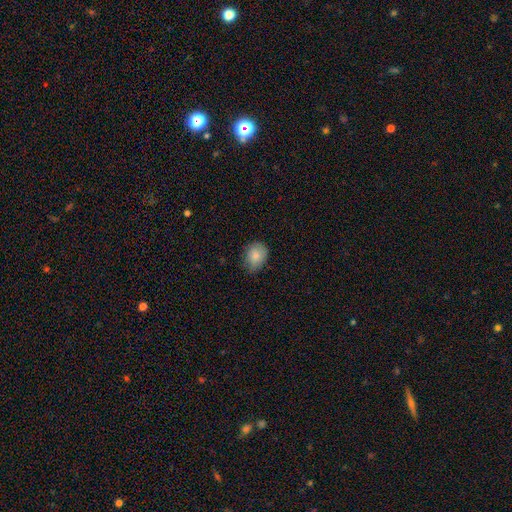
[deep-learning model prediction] smooth_or_featured: smooth (p=0.83) [alt: featured or disk p=0.10]
how_rounded: in between (p=0.60) [alt: round p=0.39]
merging: none (p=0.70) [alt: minor disturbance p=0.25]